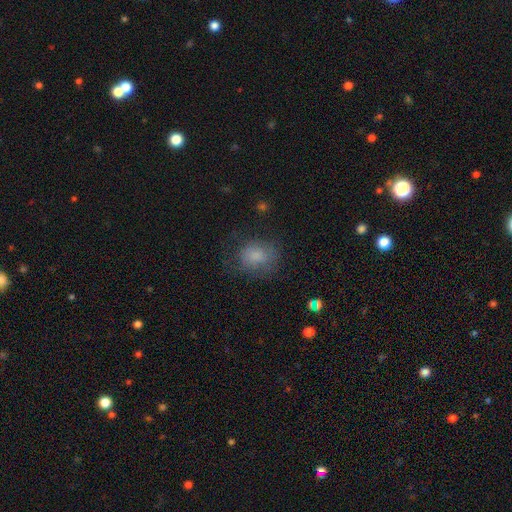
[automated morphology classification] smooth_or_featured: smooth (p=0.78) [alt: featured or disk p=0.12]
how_rounded: round (p=0.57) [alt: in between p=0.42]
merging: none (p=0.62) [alt: minor disturbance p=0.23]